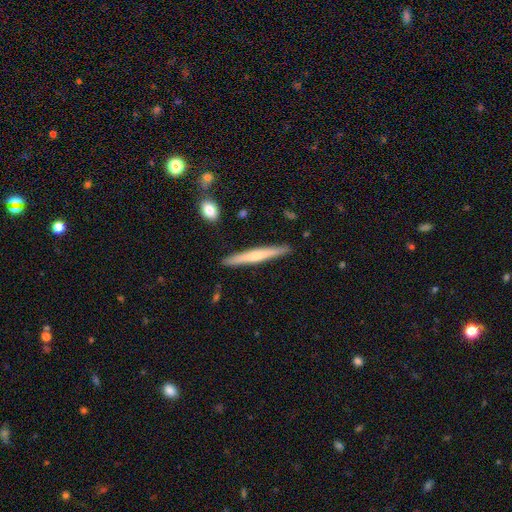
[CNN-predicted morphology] Smooth or featured? Predicted: smooth (p=0.51). How rounded? Predicted: cigar-shaped (p=0.96). Merging? Predicted: none (p=0.89).